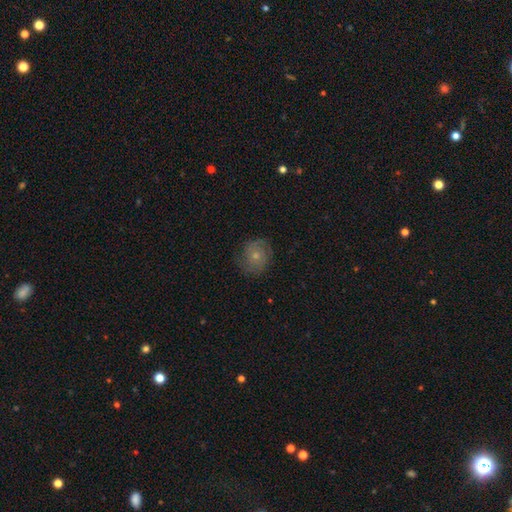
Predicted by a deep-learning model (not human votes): Overall: smooth (54%; featured or disk 37%). How rounded: round (81%). Merging: none (76%).